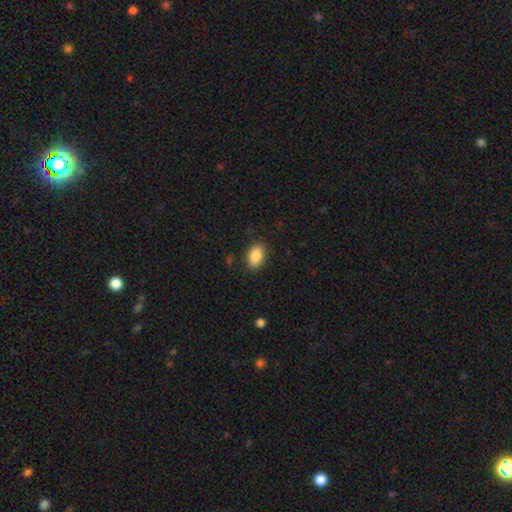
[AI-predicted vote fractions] smooth_or_featured: smooth (p=0.87) [alt: star or artifact p=0.08]
how_rounded: in between (p=0.89) [alt: round p=0.09]
merging: none (p=0.85) [alt: minor disturbance p=0.11]